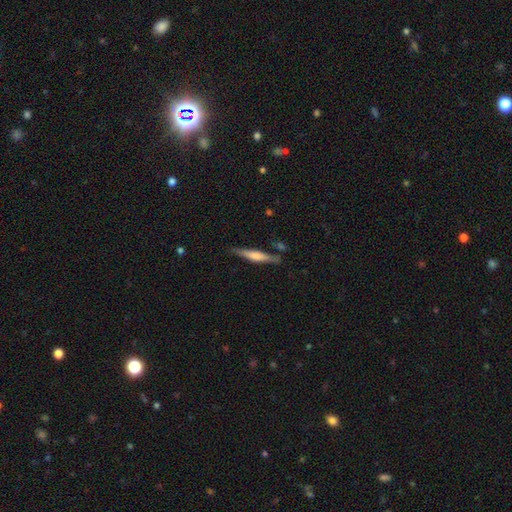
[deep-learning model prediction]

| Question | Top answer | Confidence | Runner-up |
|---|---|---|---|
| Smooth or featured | featured or disk | 53% | smooth (42%) |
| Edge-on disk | yes | 96% | no (4%) |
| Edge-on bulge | rounded | 58% | boxy (26%) |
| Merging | none | 82% | minor disturbance (12%) |